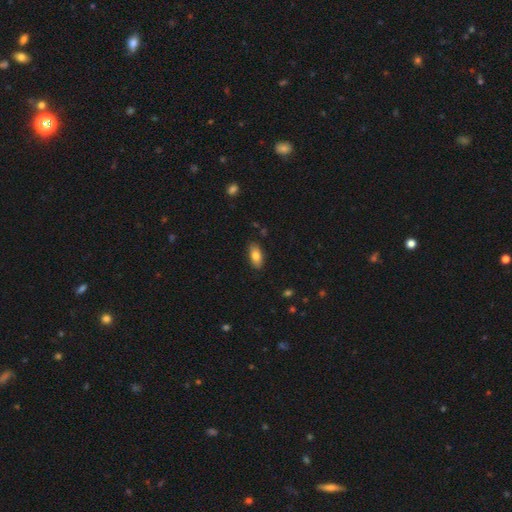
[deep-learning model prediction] Smooth or featured? Predicted: smooth (p=0.81). How rounded? Predicted: in between (p=0.88). Merging? Predicted: none (p=0.86).